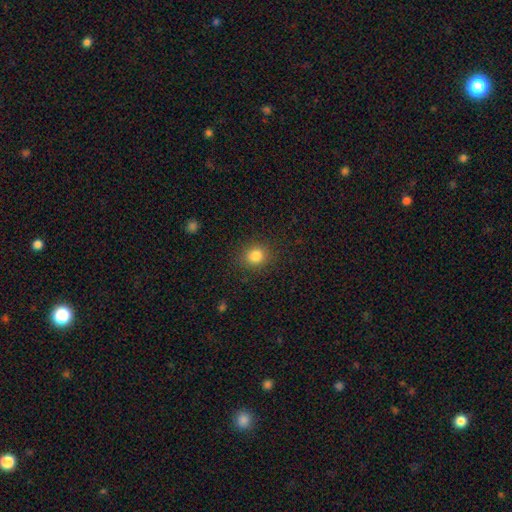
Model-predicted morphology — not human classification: Smooth or featured?
  - smooth: 83% *
  - star or artifact: 12%
  - featured or disk: 5%
How rounded?
  - round: 78% *
  - in between: 21%
  - cigar-shaped: 1%
Merging?
  - none: 88% *
  - minor disturbance: 8%
  - major disturbance: 3%
  - merger: 1%